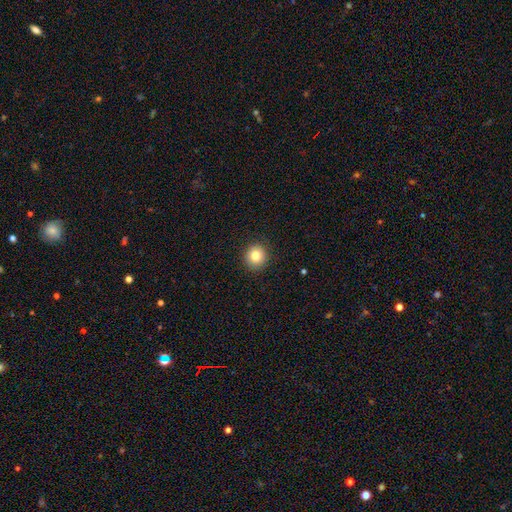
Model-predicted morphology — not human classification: The model was most divided on "smooth or featured": smooth: 81%, star or artifact: 11%, featured or disk: 8%. More confident: how rounded — round (92%); merging — none (92%).